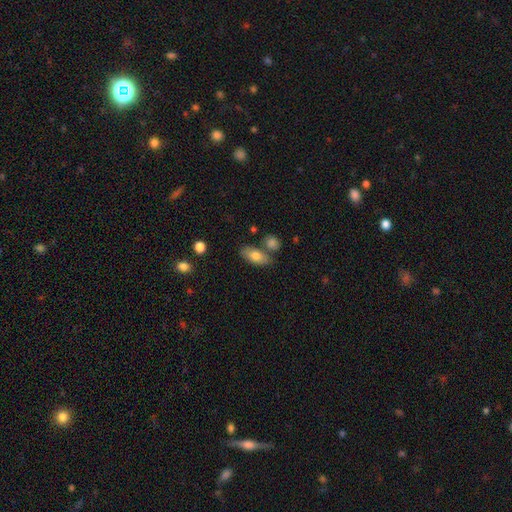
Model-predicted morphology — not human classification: smooth 76%, featured or disk 18%, star or artifact 7%. Down the decision tree: how rounded — in between (85%); merging — none (68%).